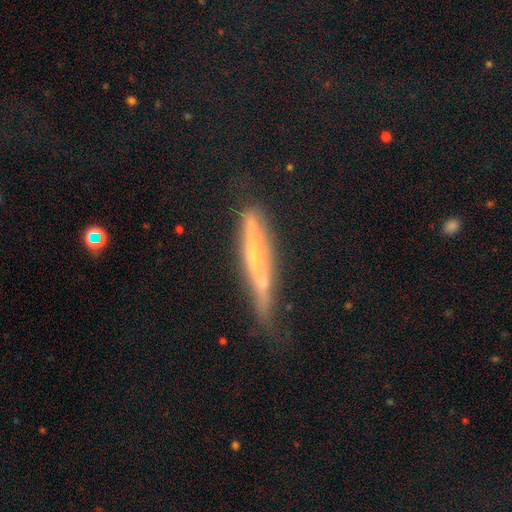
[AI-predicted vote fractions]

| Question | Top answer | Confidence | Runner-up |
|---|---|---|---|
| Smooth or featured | featured or disk | 58% | smooth (34%) |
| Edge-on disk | yes | 89% | no (11%) |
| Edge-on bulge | none | 57% | rounded (32%) |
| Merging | none | 58% | minor disturbance (30%) |